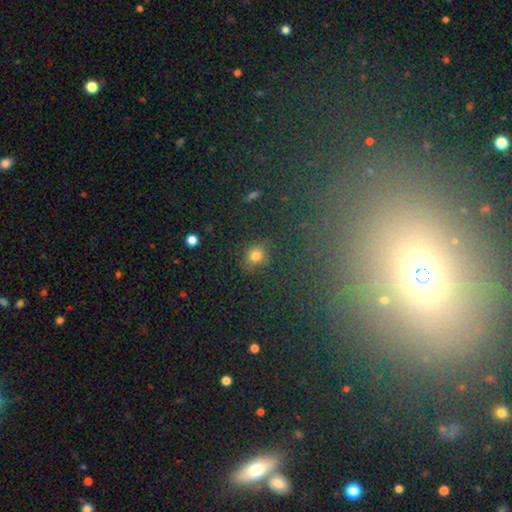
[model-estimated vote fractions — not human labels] Overall: smooth (74%). How rounded: round (70%). Merging: none (77%).